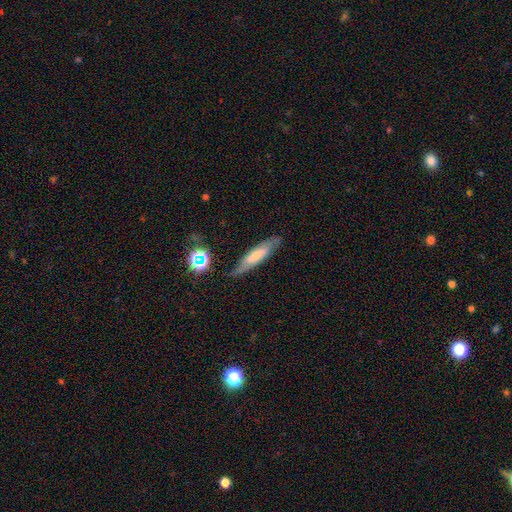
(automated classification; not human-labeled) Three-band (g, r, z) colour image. It shows a smooth galaxy with no disk features (53%) that is cigar-shaped (76%). Merging: none (76%).